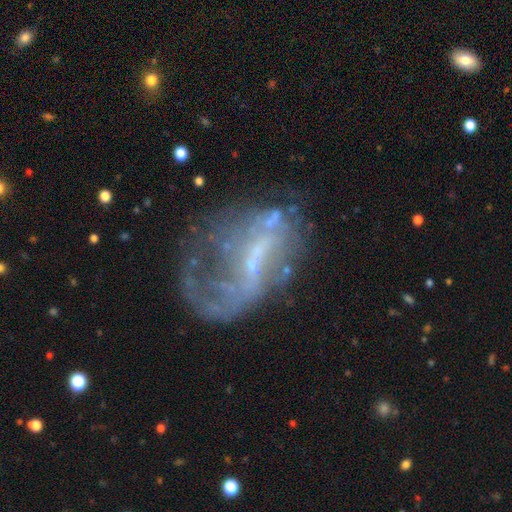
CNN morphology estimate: Smooth or featured? Predicted: featured or disk (p=0.69). Edge-on disk? Predicted: no (p=0.96). Bar? Predicted: weak (p=0.38). Spiral arms? Predicted: no (p=0.52). Bulge size? Predicted: none (p=0.45). Merging? Predicted: none (p=0.37, tied with major disturbance).